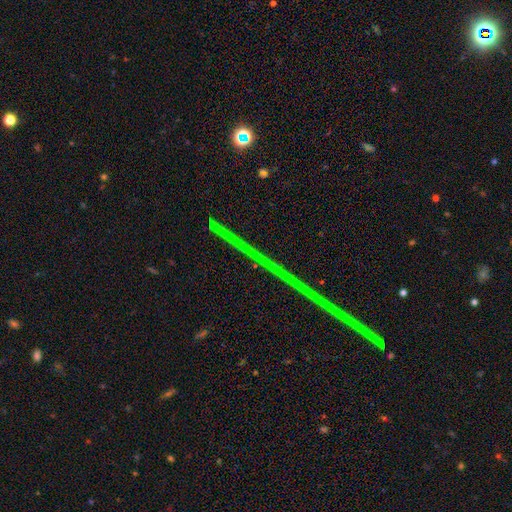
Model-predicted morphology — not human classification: star or artifact 81%, featured or disk 13%, smooth 6%.